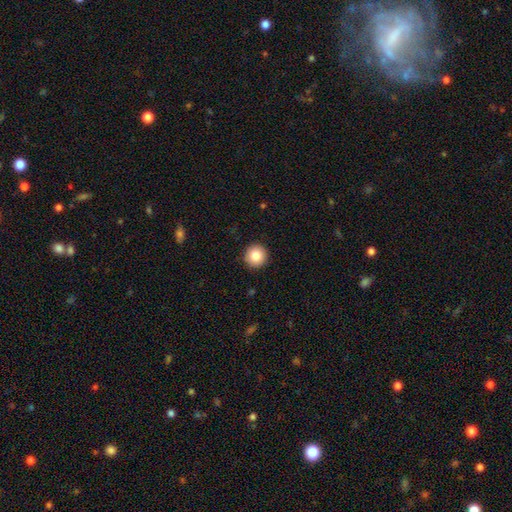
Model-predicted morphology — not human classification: The model was most divided on "smooth or featured": smooth: 85%, star or artifact: 9%, featured or disk: 6%. More confident: how rounded — round (95%); merging — none (93%).